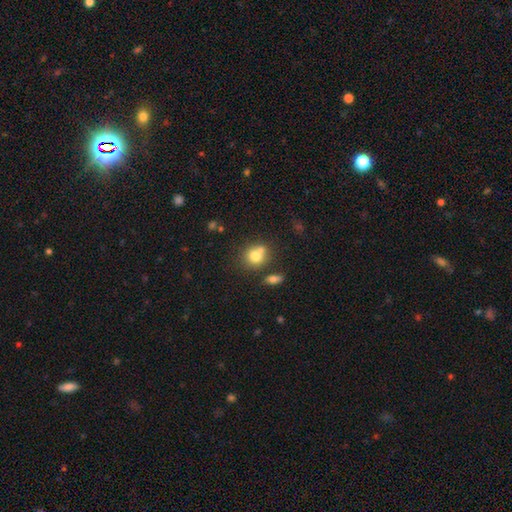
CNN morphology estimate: smooth-or-featured: smooth: 75% | featured or disk: 14% | star or artifact: 11%
  how-rounded: round: 77% | in between: 22% | cigar-shaped: 1%
  merging: none: 51% | merger: 33% | minor disturbance: 12% | major disturbance: 4%